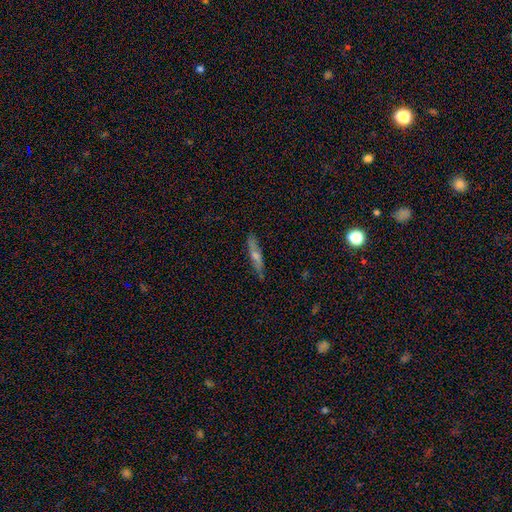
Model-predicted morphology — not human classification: The model was most divided on "smooth or featured": featured or disk: 56%, smooth: 36%, star or artifact: 8%. More confident: edge-on disk — yes (88%); merging — none (86%).